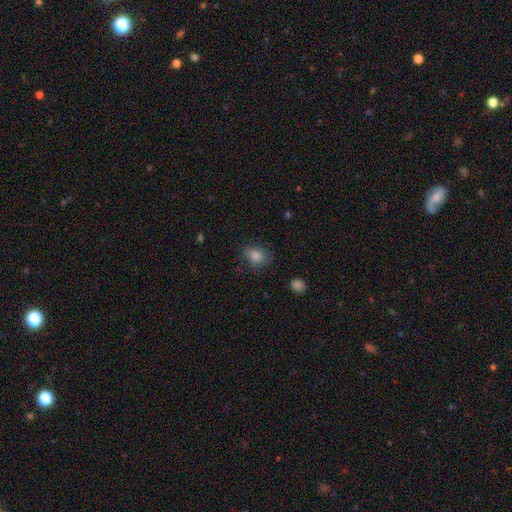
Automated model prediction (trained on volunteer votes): Smooth or featured? smooth (80%)
How rounded? in between (50%)
Merging? none (76%)